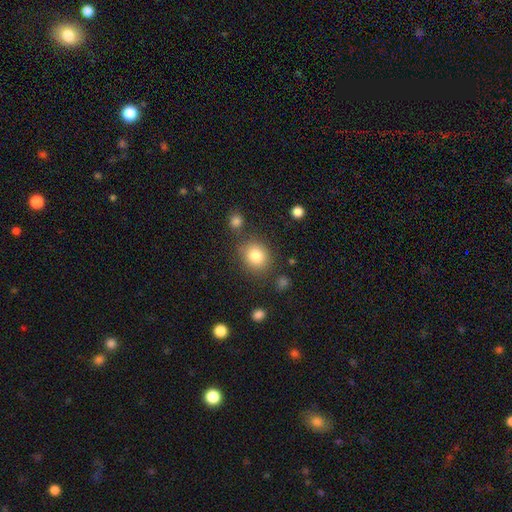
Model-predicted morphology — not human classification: The model was most divided on "how rounded": round: 74%, in between: 25%, cigar-shaped: 1%. More confident: smooth or featured — smooth (83%); merging — none (78%).